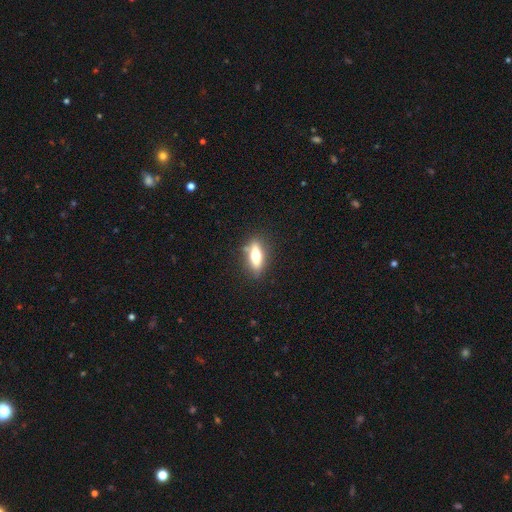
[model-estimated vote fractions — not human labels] The model was most divided on "how rounded": in between: 54%, cigar-shaped: 42%, round: 4%. More confident: merging — none (81%); smooth or featured — smooth (54%).